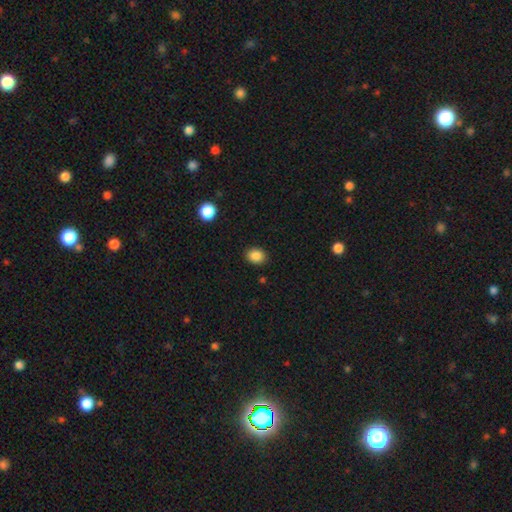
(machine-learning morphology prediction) Overall: smooth (87%). How rounded: round (54%; in between 46%). Merging: none (89%).